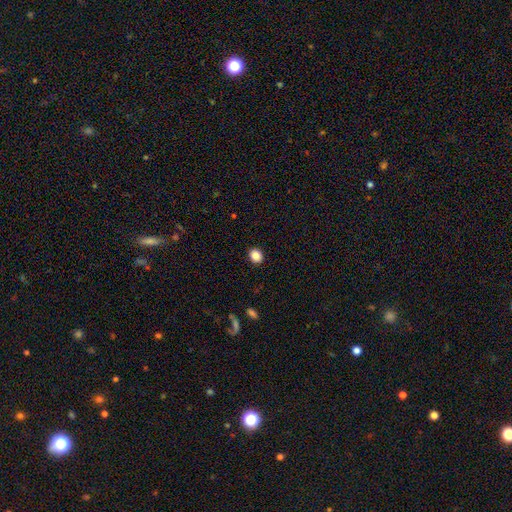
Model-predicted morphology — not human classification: Smooth or featured?
  - smooth: 87% *
  - star or artifact: 9%
  - featured or disk: 4%
How rounded?
  - round: 67% *
  - in between: 32%
  - cigar-shaped: 1%
Merging?
  - none: 91% *
  - minor disturbance: 6%
  - major disturbance: 2%
  - merger: 1%